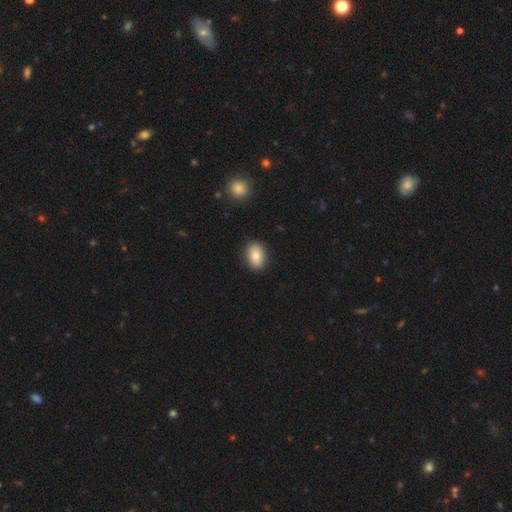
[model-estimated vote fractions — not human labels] smooth-or-featured: smooth: 83% | featured or disk: 9% | star or artifact: 8%
  how-rounded: in between: 82% | round: 17% | cigar-shaped: 1%
  merging: none: 88% | minor disturbance: 8% | major disturbance: 2% | merger: 1%